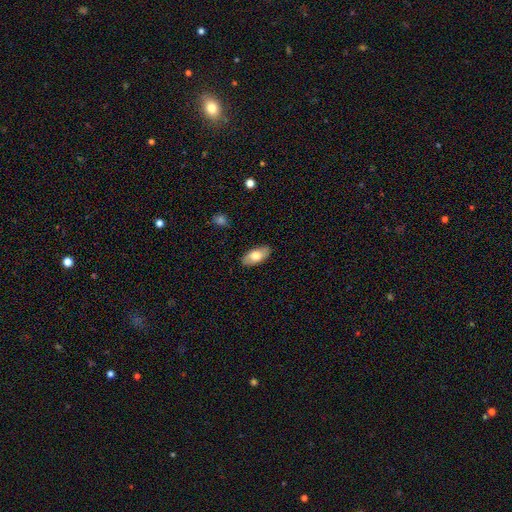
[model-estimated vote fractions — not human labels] Smooth or featured?
  - smooth: 72% *
  - featured or disk: 22%
  - star or artifact: 6%
How rounded?
  - in between: 91% *
  - cigar-shaped: 6%
  - round: 3%
Merging?
  - none: 87% *
  - minor disturbance: 10%
  - major disturbance: 2%
  - merger: 1%